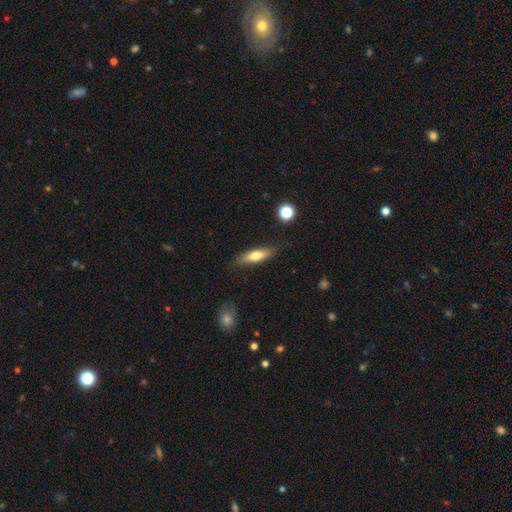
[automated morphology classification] This appears to be a smooth galaxy with no disk features (70%) that is cigar-shaped (57%). Merging: none (82%).